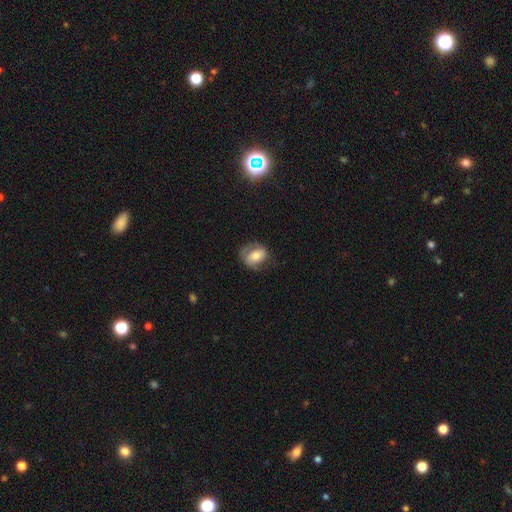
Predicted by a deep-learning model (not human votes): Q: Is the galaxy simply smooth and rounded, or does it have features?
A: smooth — 58%.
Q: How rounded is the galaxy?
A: in between — 69%.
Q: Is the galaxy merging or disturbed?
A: none — 56%.